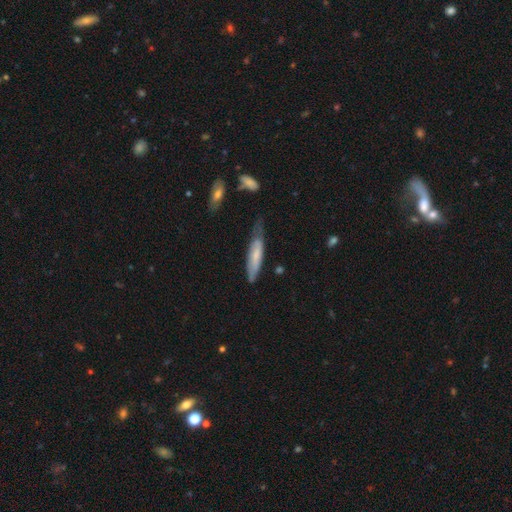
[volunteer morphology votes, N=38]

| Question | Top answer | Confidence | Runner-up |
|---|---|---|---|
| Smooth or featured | smooth | 58% | featured or disk (37%) |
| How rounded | cigar-shaped | 82% | in between (18%) |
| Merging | minor disturbance | 42% | none (31%) |